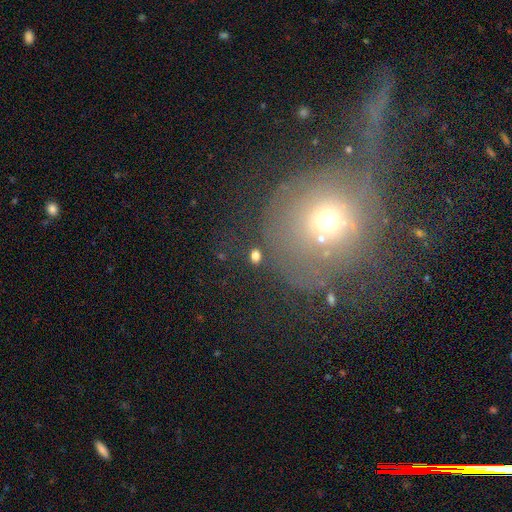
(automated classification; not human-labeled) Smooth or featured? Predicted: smooth (p=0.73). How rounded? Predicted: in between (p=0.53). Merging? Predicted: none (p=0.81).